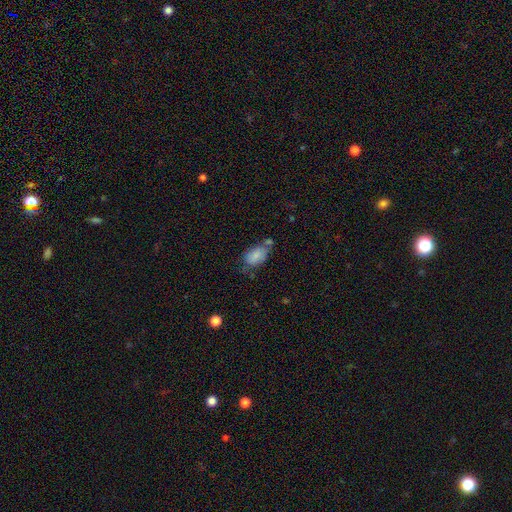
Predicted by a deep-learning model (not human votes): This appears to be a smooth galaxy with no disk features (79%) that is in between round and cigar-shaped (90%). Merging: none (42%).